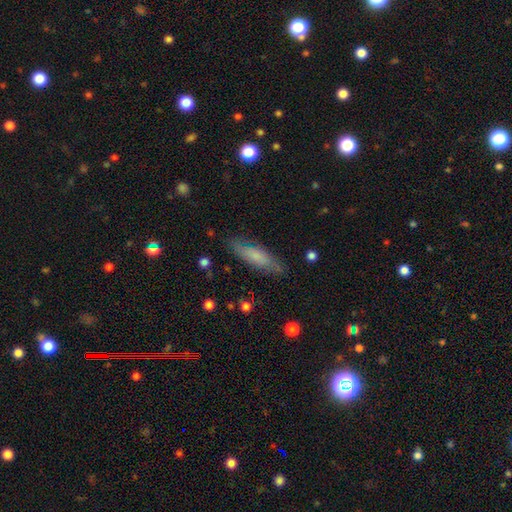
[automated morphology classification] The model was most divided on "smooth or featured": smooth: 58%, featured or disk: 35%, star or artifact: 7%. More confident: merging — none (80%); how rounded — cigar-shaped (61%).